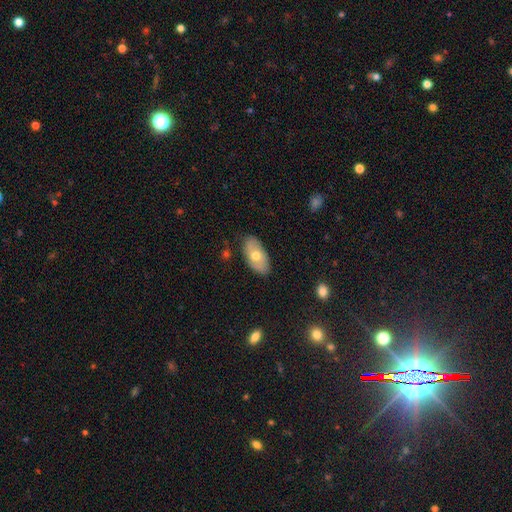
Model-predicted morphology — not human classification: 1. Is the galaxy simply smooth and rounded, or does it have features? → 61% smooth, 33% featured or disk, 6% star or artifact.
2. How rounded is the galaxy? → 94% in between, 4% round, 3% cigar-shaped.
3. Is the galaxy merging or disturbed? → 82% none, 14% minor disturbance, 3% major disturbance, 1% merger.